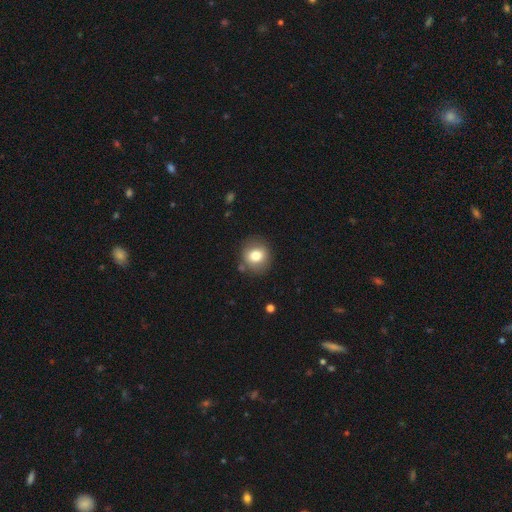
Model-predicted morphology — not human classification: smooth_or_featured: smooth (p=0.77) [alt: featured or disk p=0.14]
how_rounded: round (p=0.81) [alt: in between p=0.18]
merging: none (p=0.83) [alt: minor disturbance p=0.11]